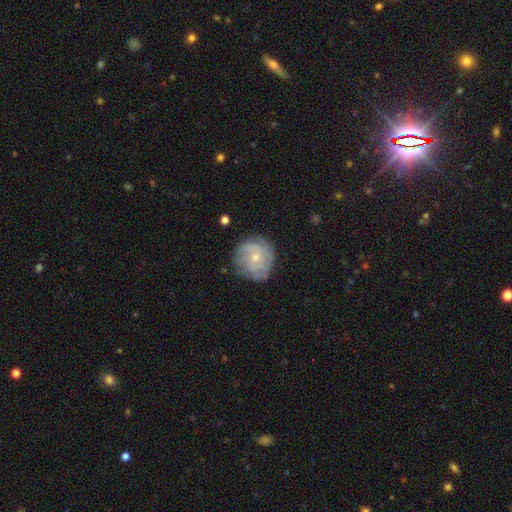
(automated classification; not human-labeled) Smooth or featured? Predicted: featured or disk (p=0.58). Edge-on disk? Predicted: no (p=0.97). Bar? Predicted: no (p=0.81). Spiral arms? Predicted: yes (p=0.77). Bulge size? Predicted: small (p=0.69). Merging? Predicted: none (p=0.74).